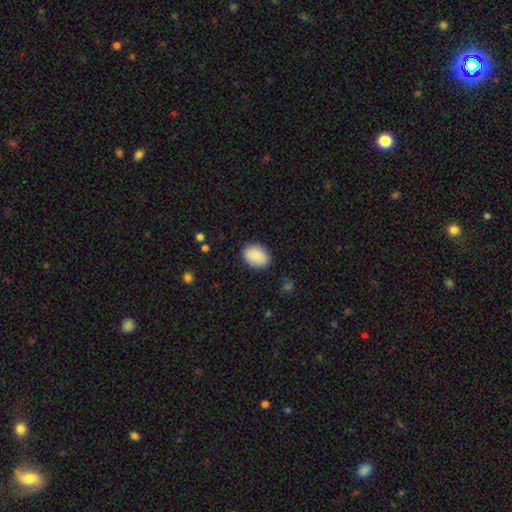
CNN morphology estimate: smooth-or-featured: smooth: 90% | star or artifact: 6% | featured or disk: 4%
  how-rounded: in between: 75% | round: 24% | cigar-shaped: 1%
  merging: none: 87% | minor disturbance: 10% | major disturbance: 2% | merger: 1%